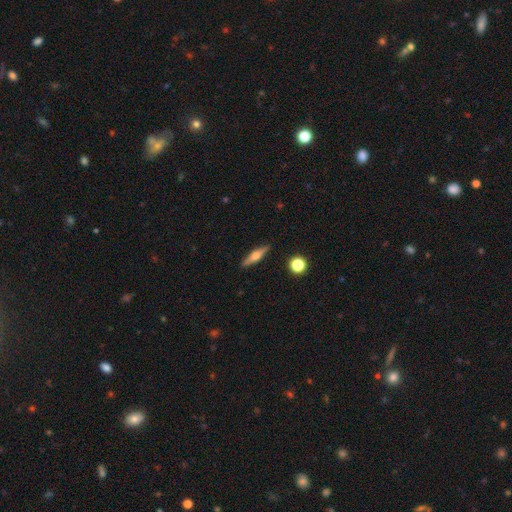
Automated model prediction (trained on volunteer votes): This is possibly a featured or disk galaxy (56%). It is clearly viewed edge-on (95%). Edge-on bulge: clearly rounded (91%). Merging: clearly none (90%).